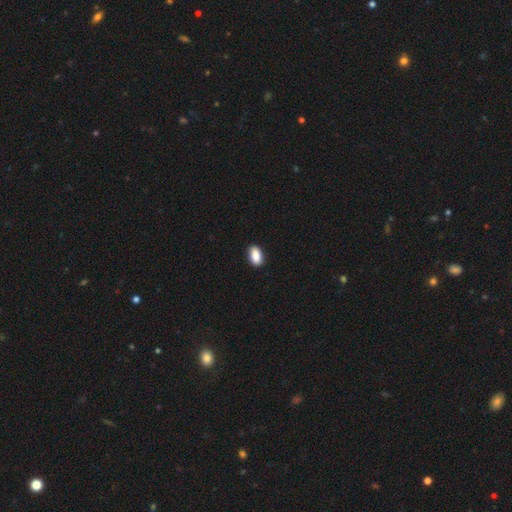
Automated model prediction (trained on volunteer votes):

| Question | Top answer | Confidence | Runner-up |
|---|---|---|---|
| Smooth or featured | smooth | 89% | star or artifact (7%) |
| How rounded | in between | 91% | round (5%) |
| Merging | none | 88% | minor disturbance (9%) |